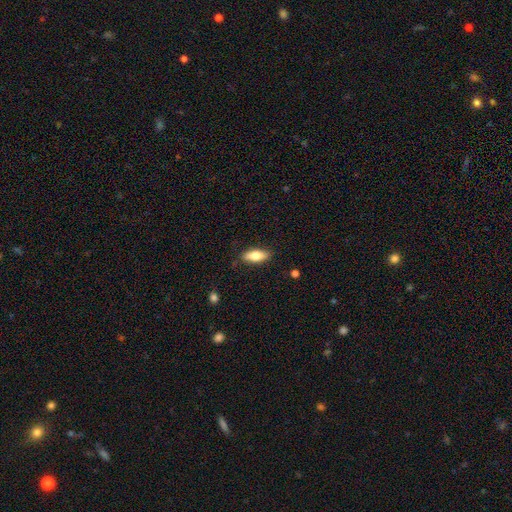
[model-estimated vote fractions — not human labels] Q: Smooth or featured?
A: smooth (74%); runner-up: featured or disk (20%)
Q: How rounded?
A: in between (73%); runner-up: cigar-shaped (24%)
Q: Merging?
A: none (85%); runner-up: minor disturbance (12%)